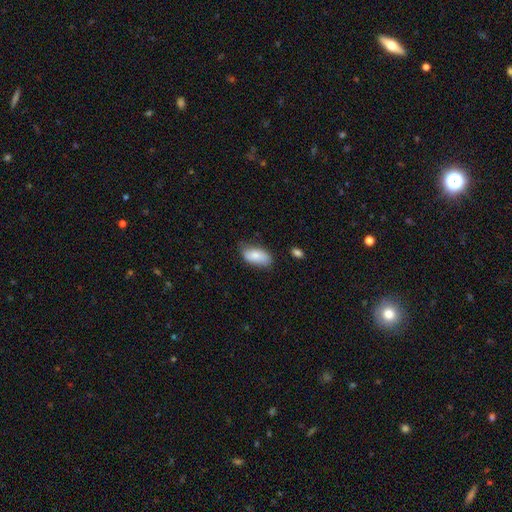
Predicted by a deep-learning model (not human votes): Q: Smooth or featured?
A: smooth (81%); runner-up: featured or disk (13%)
Q: How rounded?
A: in between (92%); runner-up: cigar-shaped (5%)
Q: Merging?
A: none (67%); runner-up: minor disturbance (26%)